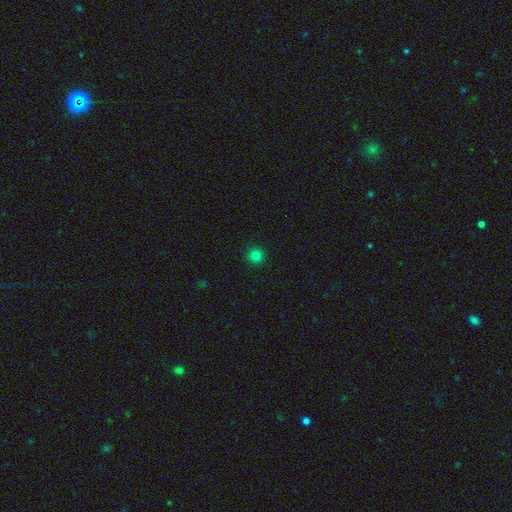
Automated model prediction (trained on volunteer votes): Q: Smooth or featured?
A: smooth (82%); runner-up: star or artifact (14%)
Q: How rounded?
A: round (96%); runner-up: in between (3%)
Q: Merging?
A: none (92%); runner-up: minor disturbance (5%)